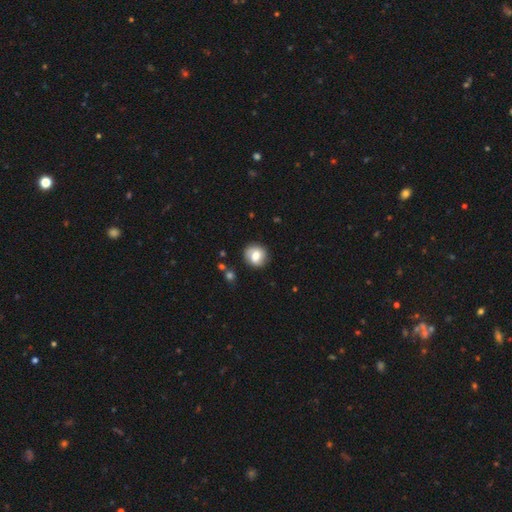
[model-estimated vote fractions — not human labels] Smooth or featured?
  - smooth: 66% *
  - featured or disk: 26%
  - star or artifact: 9%
How rounded?
  - round: 86% *
  - in between: 13%
  - cigar-shaped: 1%
Merging?
  - none: 83% *
  - minor disturbance: 12%
  - major disturbance: 3%
  - merger: 2%